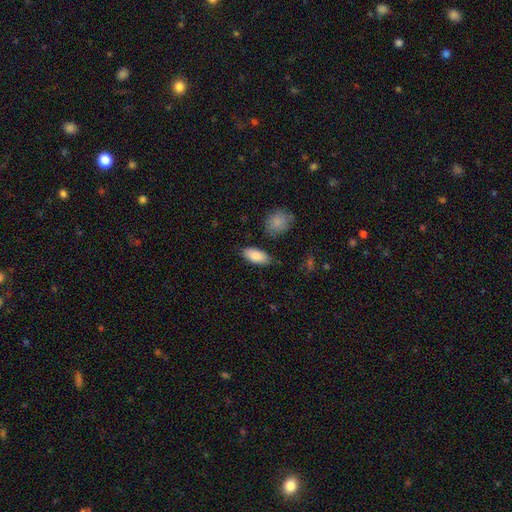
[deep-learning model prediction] Morphology: type=smooth (86%); roundness=in between (90%); merging=none (84%).